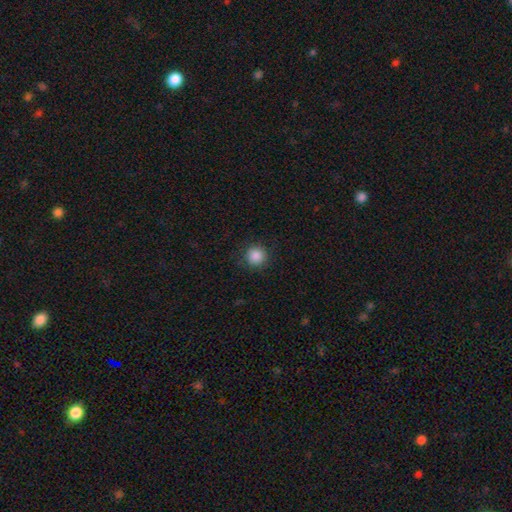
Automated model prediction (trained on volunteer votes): The model was most divided on "smooth or featured": smooth: 87%, star or artifact: 10%, featured or disk: 3%. More confident: how rounded — round (95%); merging — none (90%).